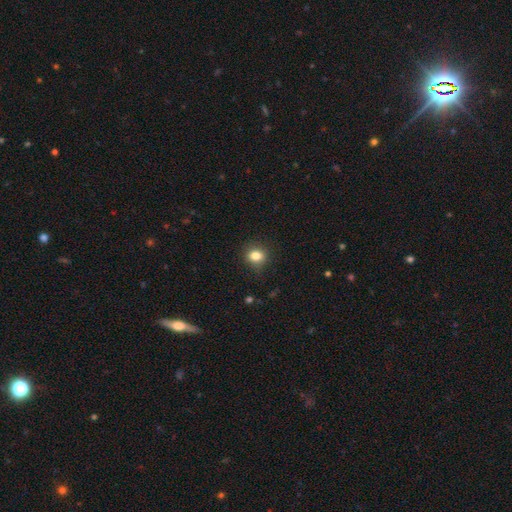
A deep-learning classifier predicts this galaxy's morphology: Smooth or featured: smooth — 82% (star or artifact — 11%)
How rounded: round — 61% (in between — 37%)
Merging: none — 85% (minor disturbance — 11%)